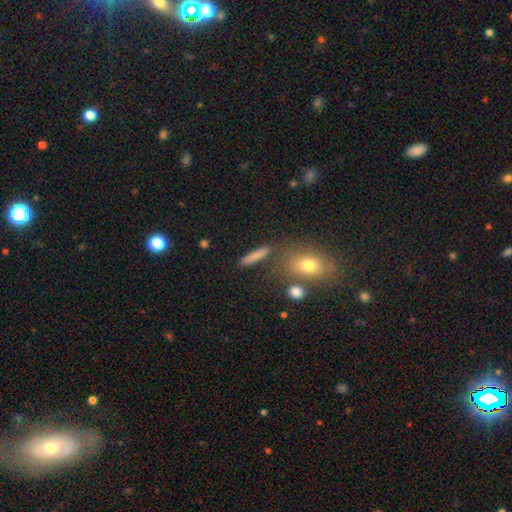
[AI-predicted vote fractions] Smooth or featured: smooth — 78% (featured or disk — 12%)
How rounded: cigar-shaped — 77% (in between — 17%)
Merging: none — 75% (minor disturbance — 11%)